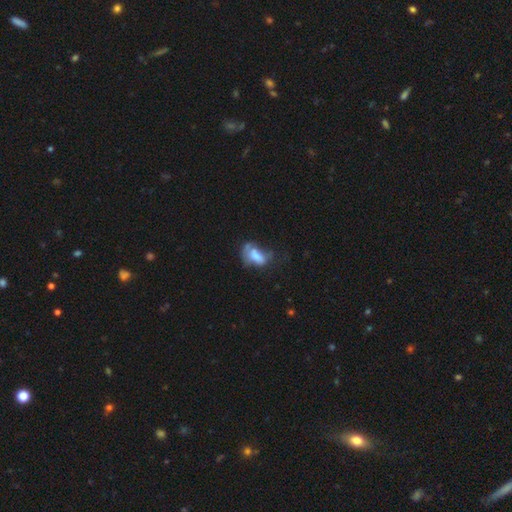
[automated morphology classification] The model was most divided on "merging": major disturbance: 36%, minor disturbance: 25%, none: 25%, merger: 14%. More confident: how rounded — in between (85%); smooth or featured — smooth (57%).